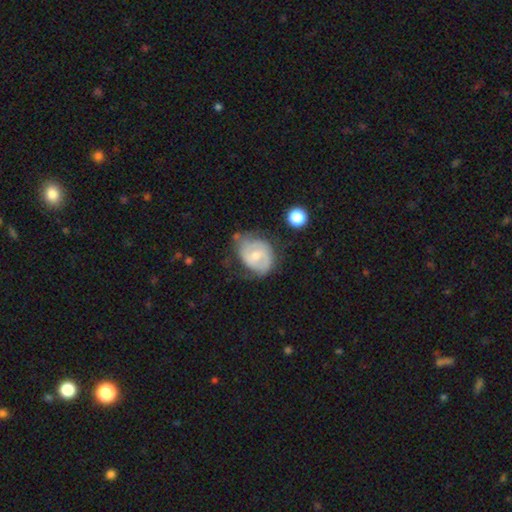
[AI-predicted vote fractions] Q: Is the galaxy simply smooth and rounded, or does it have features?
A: featured or disk — 61%.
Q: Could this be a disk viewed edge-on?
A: no — 97%.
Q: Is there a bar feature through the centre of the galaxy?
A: weak — 49%.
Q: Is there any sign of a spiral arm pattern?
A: yes — 78%.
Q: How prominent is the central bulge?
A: moderate — 54%.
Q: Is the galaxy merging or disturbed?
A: none — 46%.